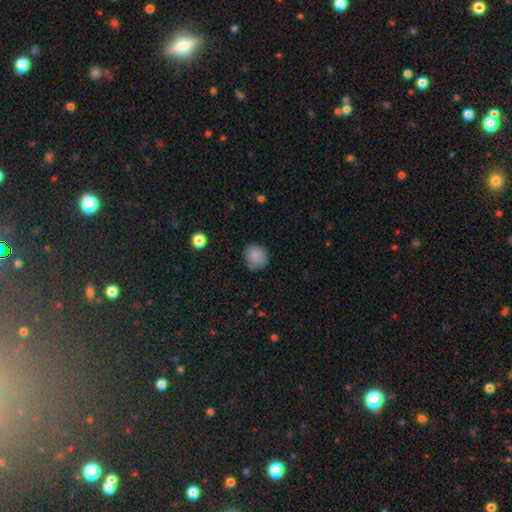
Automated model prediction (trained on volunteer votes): Smooth or featured?
  - smooth: 86% *
  - star or artifact: 9%
  - featured or disk: 5%
How rounded?
  - round: 85% *
  - in between: 14%
  - cigar-shaped: 1%
Merging?
  - none: 82% *
  - minor disturbance: 14%
  - major disturbance: 3%
  - merger: 1%